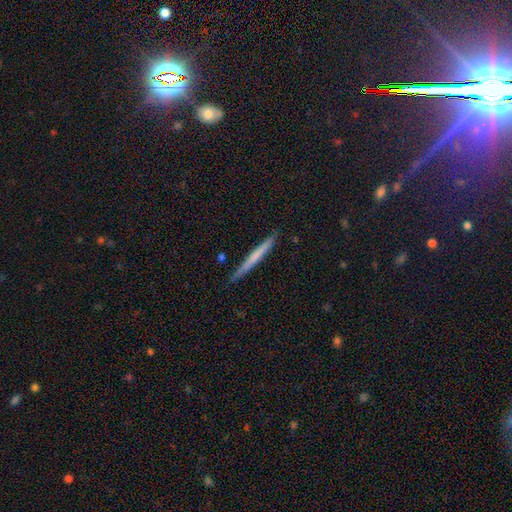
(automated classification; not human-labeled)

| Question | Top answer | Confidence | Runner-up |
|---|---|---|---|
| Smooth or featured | smooth | 55% | featured or disk (39%) |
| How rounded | cigar-shaped | 97% | in between (2%) |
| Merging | none | 89% | minor disturbance (8%) |